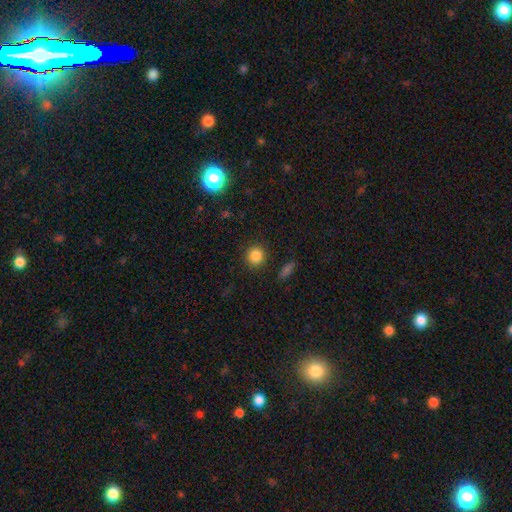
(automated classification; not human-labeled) Morphology: type=smooth (85%); roundness=round (91%); merging=none (89%).